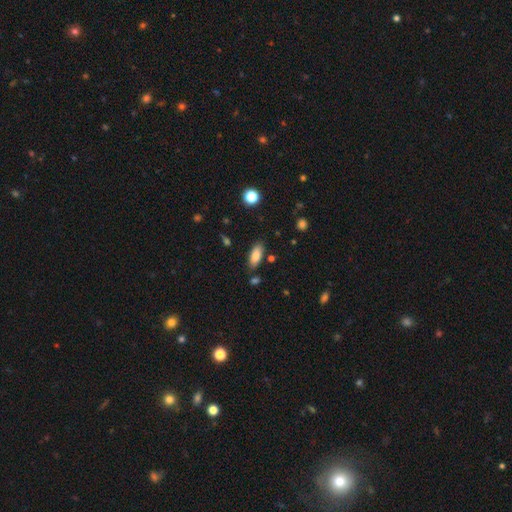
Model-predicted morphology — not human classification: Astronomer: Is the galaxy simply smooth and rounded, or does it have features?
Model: smooth — 83%.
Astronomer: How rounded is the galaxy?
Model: in between — 83%.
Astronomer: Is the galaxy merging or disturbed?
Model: none — 82%.